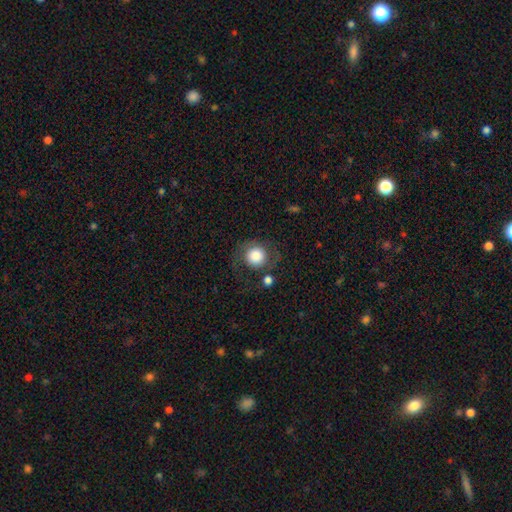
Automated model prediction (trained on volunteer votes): Smooth or featured? Predicted: smooth (p=0.73). How rounded? Predicted: round (p=0.88). Merging? Predicted: none (p=0.63).